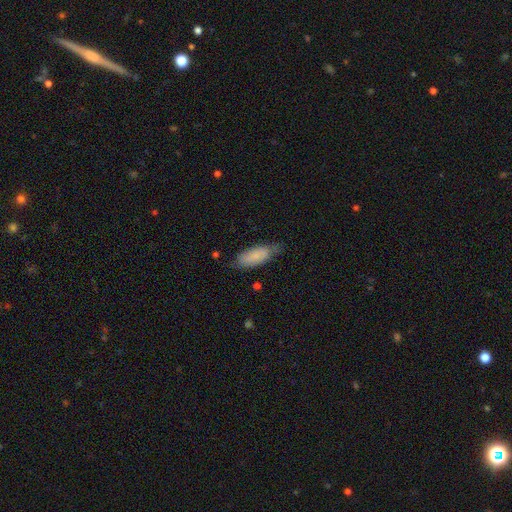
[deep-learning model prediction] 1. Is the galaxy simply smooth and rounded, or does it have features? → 79% smooth, 15% featured or disk, 6% star or artifact.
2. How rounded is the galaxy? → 79% in between, 20% cigar-shaped, 2% round.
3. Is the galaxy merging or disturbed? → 63% none, 29% minor disturbance, 6% major disturbance, 2% merger.